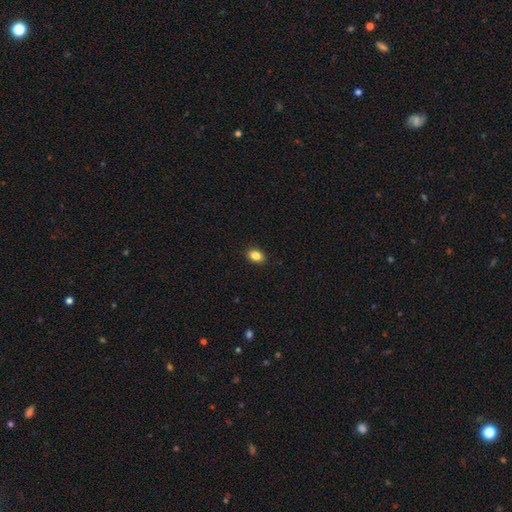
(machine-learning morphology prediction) Smooth or featured? Predicted: smooth (p=0.85). How rounded? Predicted: in between (p=0.75). Merging? Predicted: none (p=0.90).